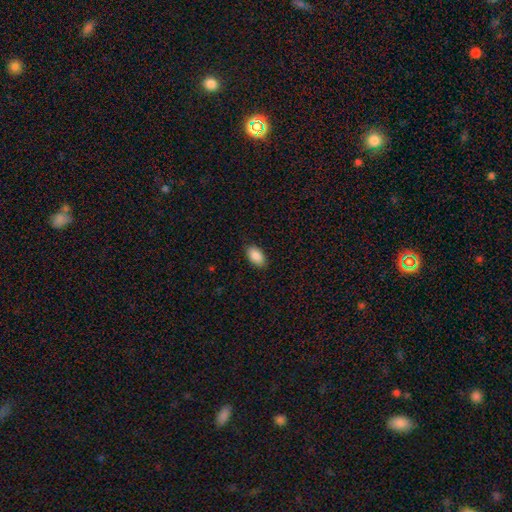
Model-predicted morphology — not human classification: Smooth or featured? smooth (89%)
How rounded? in between (95%)
Merging? none (87%)